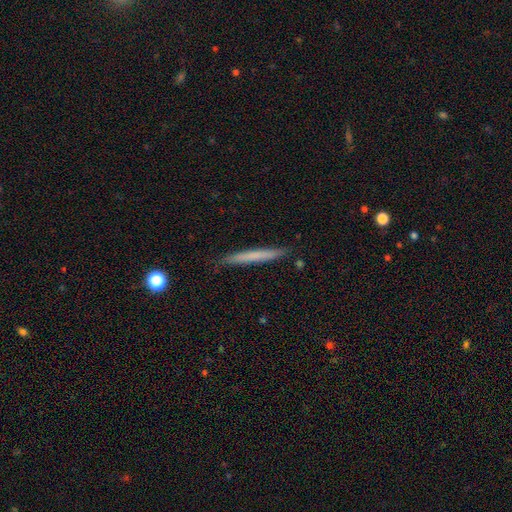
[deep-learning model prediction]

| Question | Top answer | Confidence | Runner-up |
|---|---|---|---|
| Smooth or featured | smooth | 65% | featured or disk (30%) |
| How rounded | cigar-shaped | 97% | in between (2%) |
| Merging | none | 87% | minor disturbance (10%) |